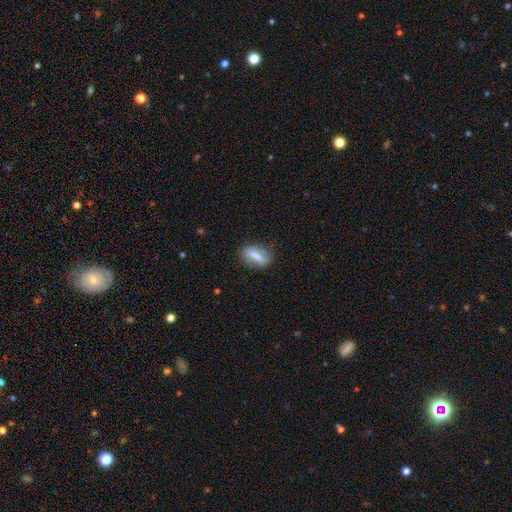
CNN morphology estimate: This appears to be a smooth galaxy with no disk features (63%) that is in between round and cigar-shaped (60%). Merging: none (78%).